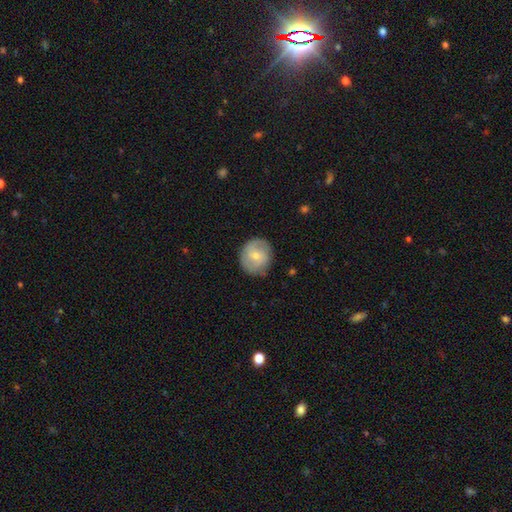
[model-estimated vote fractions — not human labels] smooth-or-featured: featured or disk: 49% | smooth: 45% | star or artifact: 6%
  merging: none: 82% | minor disturbance: 13% | major disturbance: 4% | merger: 1%